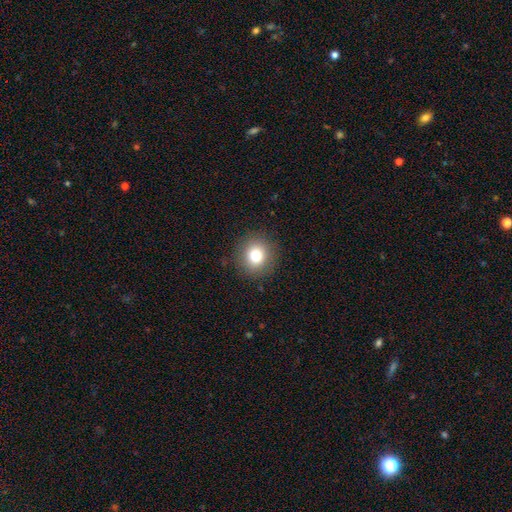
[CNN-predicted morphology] smooth 79%, star or artifact 12%, featured or disk 9%. Down the decision tree: how rounded — round (87%); merging — none (89%).